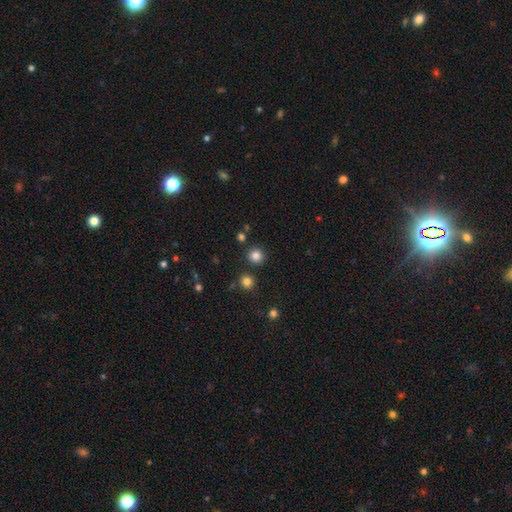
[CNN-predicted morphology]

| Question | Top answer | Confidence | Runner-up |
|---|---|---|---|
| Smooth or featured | smooth | 82% | star or artifact (14%) |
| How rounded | round | 93% | in between (6%) |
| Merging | none | 87% | minor disturbance (6%) |